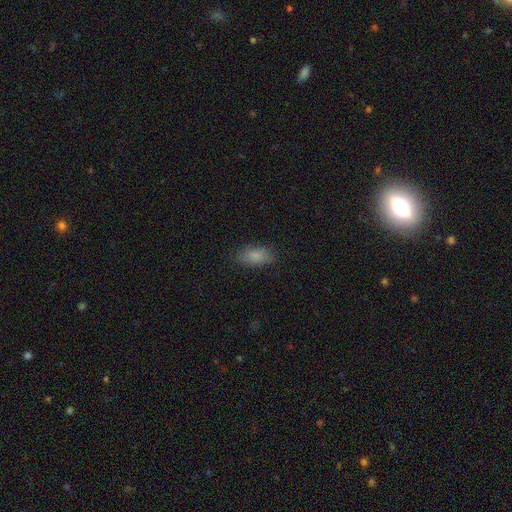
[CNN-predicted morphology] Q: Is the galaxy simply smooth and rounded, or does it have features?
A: smooth — 85%.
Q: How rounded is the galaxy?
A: in between — 90%.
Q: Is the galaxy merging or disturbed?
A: none — 82%.